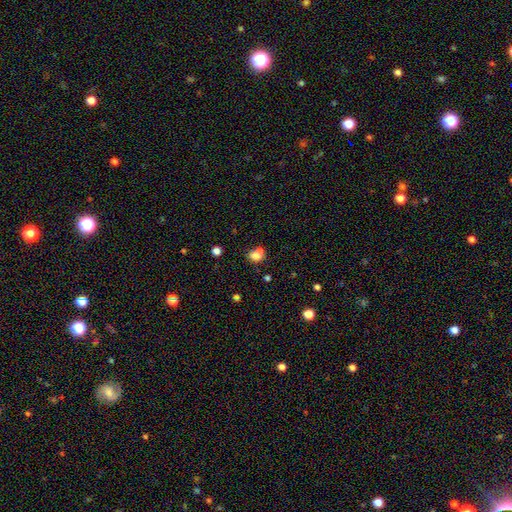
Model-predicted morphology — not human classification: This is likely a smooth galaxy (74%). How rounded: possibly round (58%). Merging: possibly merger (49%).